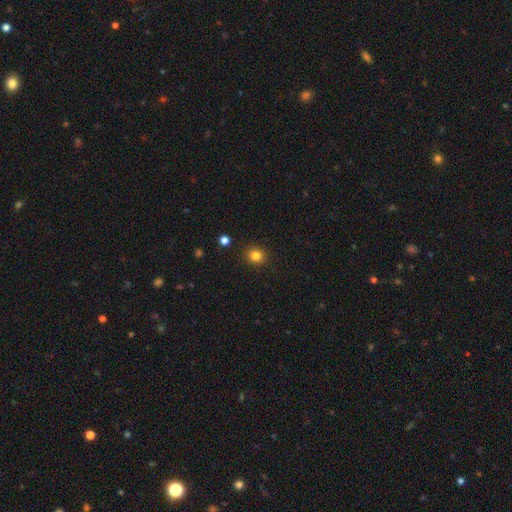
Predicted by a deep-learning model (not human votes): Q: Smooth or featured?
A: smooth (82%); runner-up: star or artifact (13%)
Q: How rounded?
A: round (79%); runner-up: in between (20%)
Q: Merging?
A: none (91%); runner-up: minor disturbance (6%)